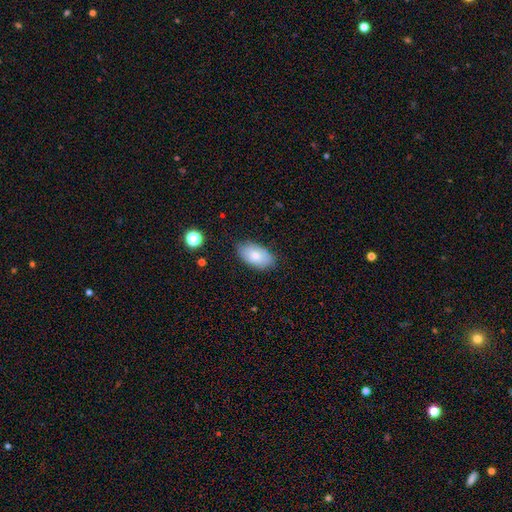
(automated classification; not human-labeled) This is likely a smooth galaxy (72%). How rounded: clearly in between (94%). Merging: clearly none (80%).